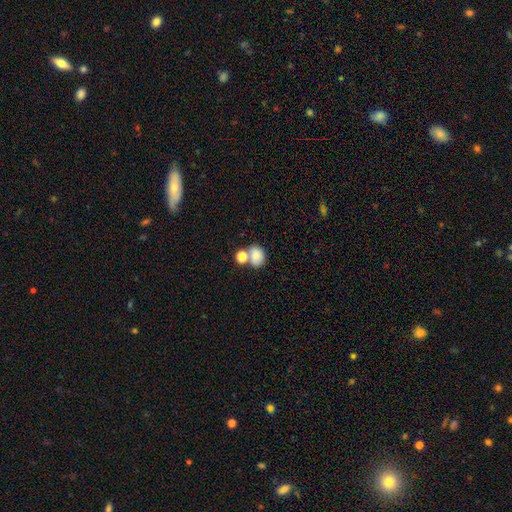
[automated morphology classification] A smooth galaxy with no disk features (75%) that is round (53%).

Vote fractions:
- Smooth or featured? smooth: 75% / featured or disk: 15% / star or artifact: 10%
- How rounded? round: 53% / in between: 46% / cigar-shaped: 1%
- Merging? merger: 45% / none: 37% / minor disturbance: 11% / major disturbance: 6%